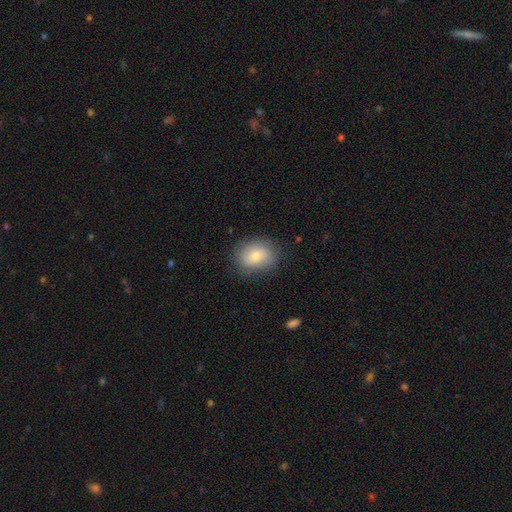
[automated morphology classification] Smooth or featured? Predicted: smooth (p=0.78). How rounded? Predicted: in between (p=0.51). Merging? Predicted: none (p=0.79).